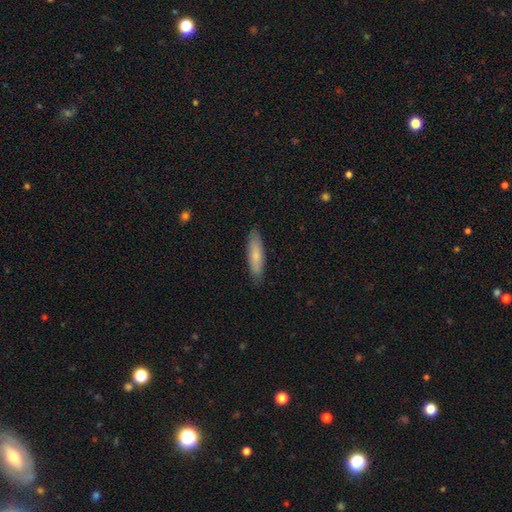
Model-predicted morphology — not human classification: Q: Smooth or featured?
A: smooth (73%); runner-up: featured or disk (21%)
Q: How rounded?
A: cigar-shaped (67%); runner-up: in between (31%)
Q: Merging?
A: none (86%); runner-up: minor disturbance (11%)